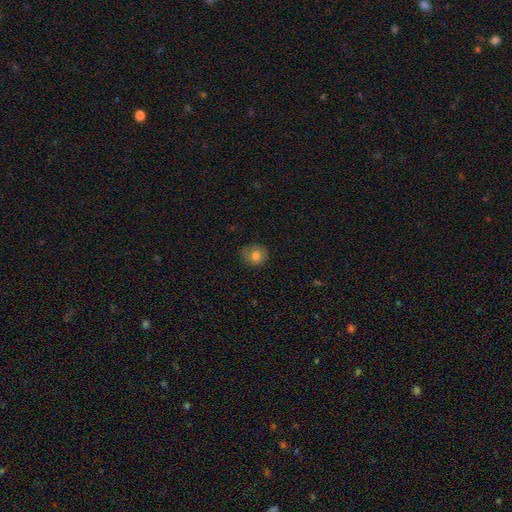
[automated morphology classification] smooth_or_featured: smooth (p=0.79) [alt: featured or disk p=0.11]
how_rounded: round (p=0.77) [alt: in between p=0.22]
merging: none (p=0.71) [alt: minor disturbance p=0.21]